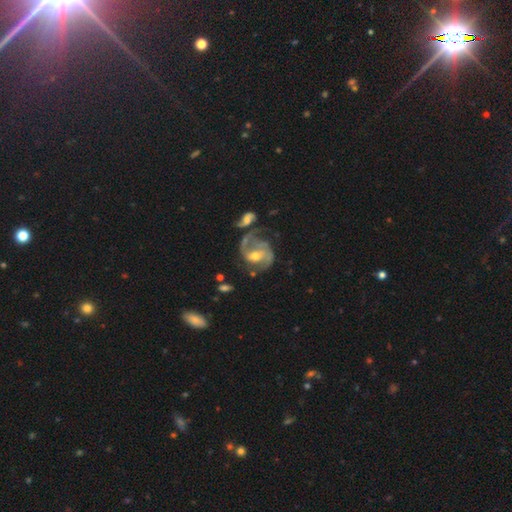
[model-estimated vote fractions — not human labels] Morphology: type=featured or disk (84%); edge-on=no (98%); bar=weak (45%); spiral arms=yes (91%); winding=medium (49%); arm count=2 (74%); bulge=moderate (64%); merging=none (43%).